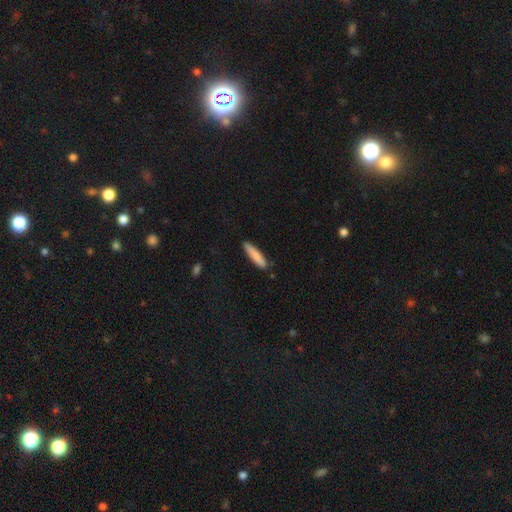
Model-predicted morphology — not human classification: A smooth galaxy with no disk features (85%) that is cigar-shaped (87%). Merging: none (85%).